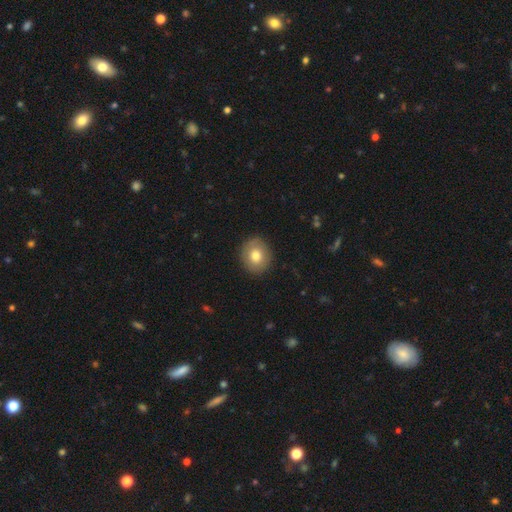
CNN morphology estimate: Smooth or featured?
  - smooth: 77% *
  - featured or disk: 15%
  - star or artifact: 9%
How rounded?
  - round: 81% *
  - in between: 18%
  - cigar-shaped: 1%
Merging?
  - none: 88% *
  - minor disturbance: 8%
  - major disturbance: 2%
  - merger: 1%